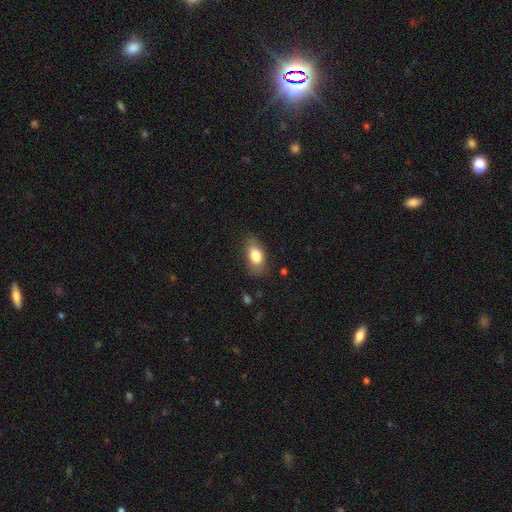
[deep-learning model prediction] A smooth galaxy with no disk features (79%) that is in between round and cigar-shaped (87%).

Vote fractions:
- Smooth or featured? smooth: 79% / featured or disk: 13% / star or artifact: 8%
- How rounded? in between: 87% / round: 8% / cigar-shaped: 4%
- Merging? none: 68% / minor disturbance: 24% / major disturbance: 6% / merger: 2%